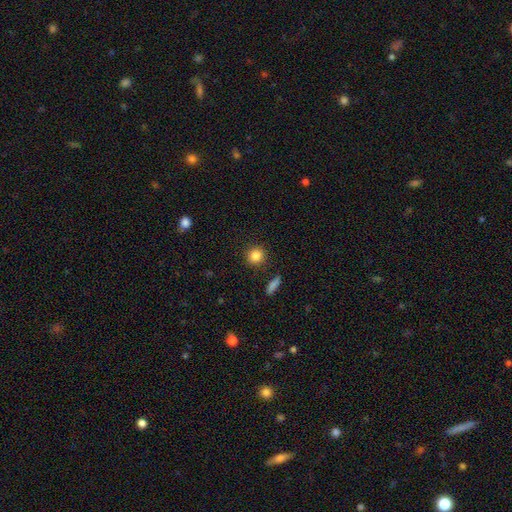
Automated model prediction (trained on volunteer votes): Smooth or featured: smooth — 84% (star or artifact — 10%)
How rounded: round — 90% (in between — 9%)
Merging: none — 90% (minor disturbance — 6%)